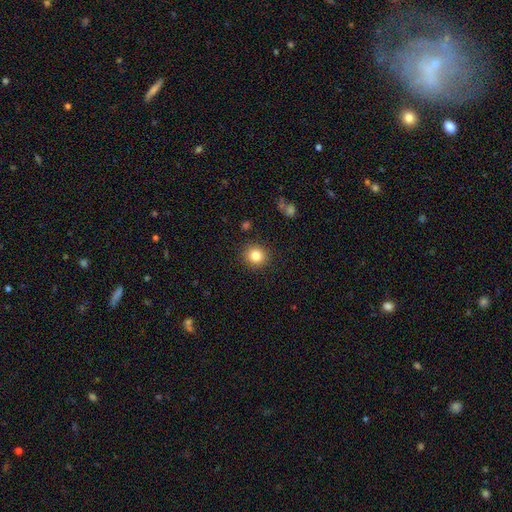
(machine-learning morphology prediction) Overall: smooth (83%). How rounded: round (89%). Merging: none (90%).